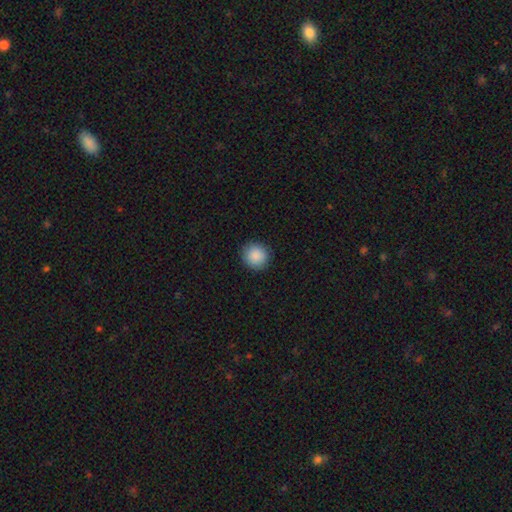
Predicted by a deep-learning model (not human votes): This appears to be a smooth galaxy with no disk features (89%) that is round (93%). Merging: none (92%).